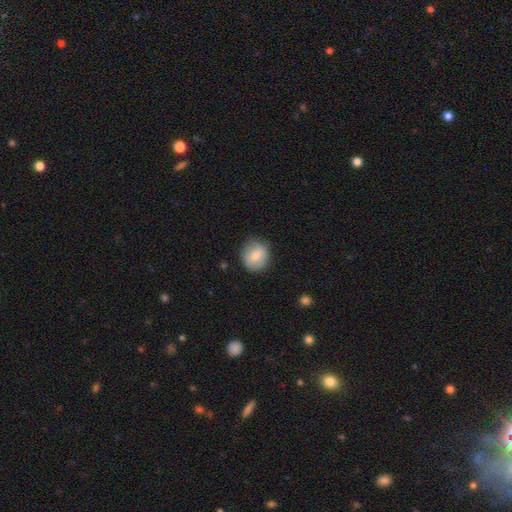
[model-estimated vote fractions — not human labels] Smooth or featured?
  - smooth: 80% *
  - featured or disk: 13%
  - star or artifact: 7%
How rounded?
  - round: 72% *
  - in between: 27%
  - cigar-shaped: 1%
Merging?
  - none: 75% *
  - minor disturbance: 19%
  - major disturbance: 5%
  - merger: 1%